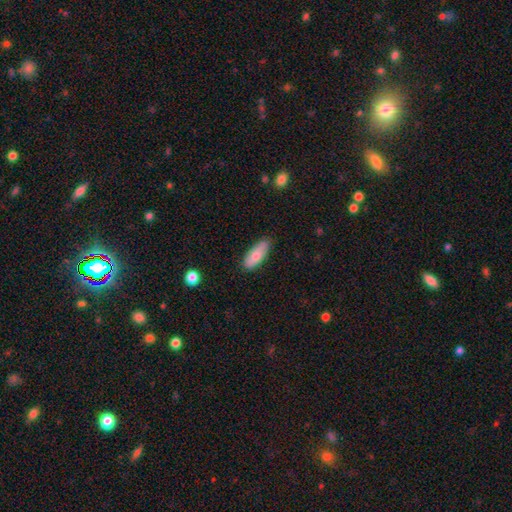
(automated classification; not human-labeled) Morphology: type=smooth (78%); roundness=in between (72%); merging=none (78%).